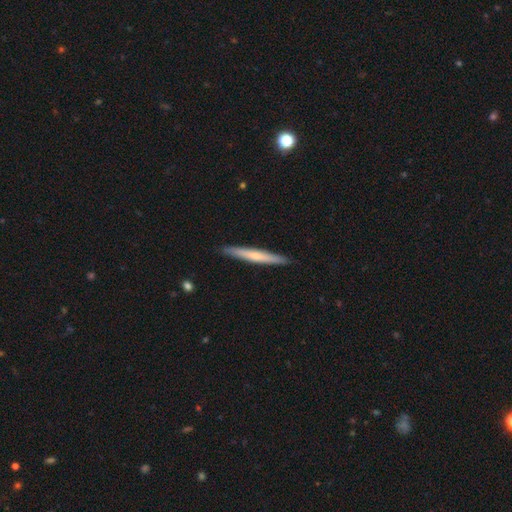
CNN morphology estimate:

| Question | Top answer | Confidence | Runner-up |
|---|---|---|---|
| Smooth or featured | smooth | 53% | featured or disk (42%) |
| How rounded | cigar-shaped | 96% | in between (3%) |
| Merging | none | 91% | minor disturbance (7%) |